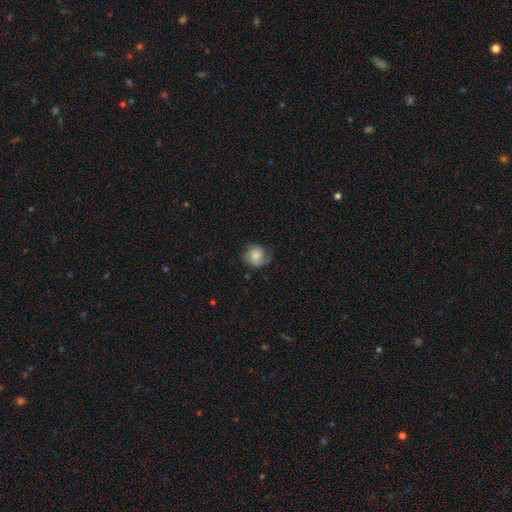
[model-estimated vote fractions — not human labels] smooth 75%, featured or disk 17%, star or artifact 8%. Down the decision tree: how rounded — round (82%); merging — none (65%).